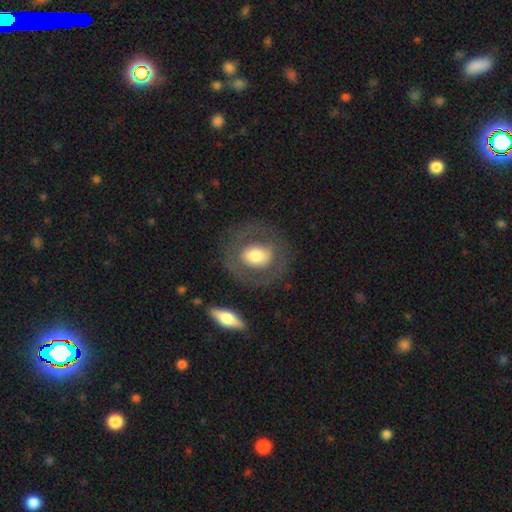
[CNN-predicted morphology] smooth 51%, featured or disk 42%, star or artifact 7%. Down the decision tree: how rounded — round (60%); merging — none (77%).